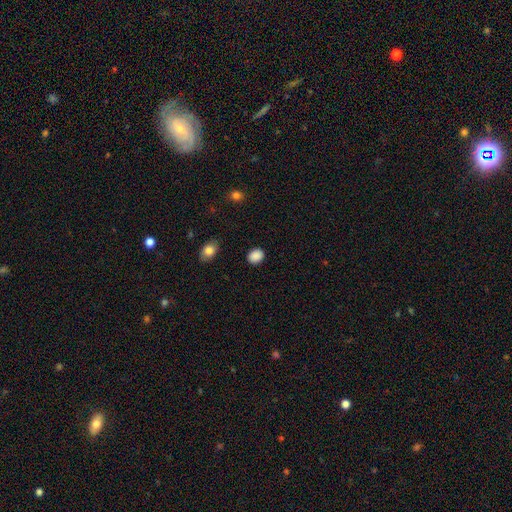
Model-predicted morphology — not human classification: smooth 89%, star or artifact 9%, featured or disk 3%. Down the decision tree: how rounded — round (57%); merging — none (89%).